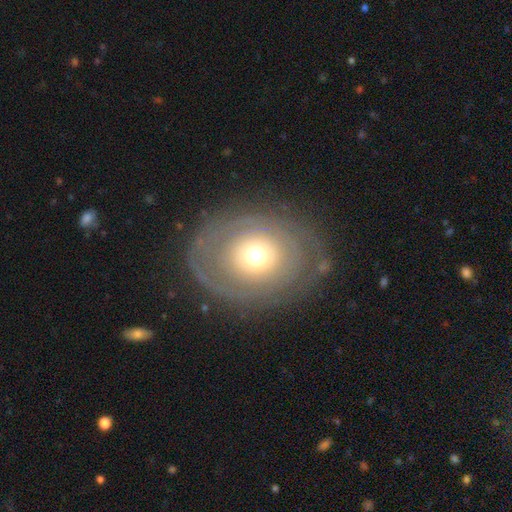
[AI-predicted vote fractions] Smooth or featured? Predicted: featured or disk (p=0.59). Edge-on disk? Predicted: no (p=0.94). Bar? Predicted: no (p=0.89). Spiral arms? Predicted: no (p=0.58). Bulge size? Predicted: moderate (p=0.56). Merging? Predicted: none (p=0.74).